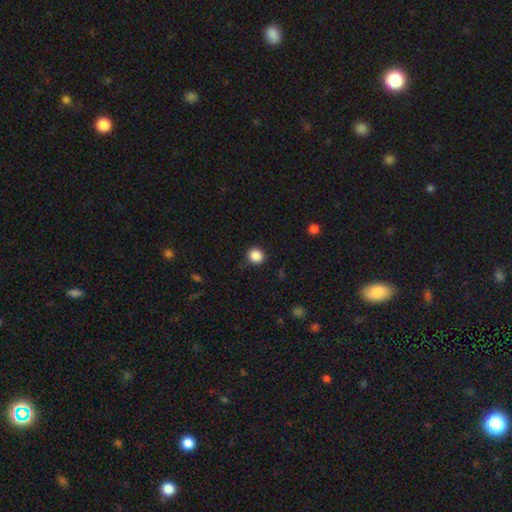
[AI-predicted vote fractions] Smooth or featured? Predicted: smooth (p=0.87). How rounded? Predicted: round (p=0.90). Merging? Predicted: none (p=0.90).